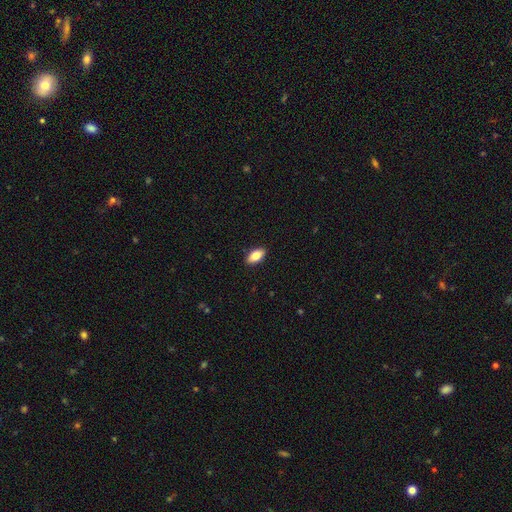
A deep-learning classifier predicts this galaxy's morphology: Q: Smooth or featured?
A: smooth (82%); runner-up: featured or disk (11%)
Q: How rounded?
A: in between (91%); runner-up: cigar-shaped (5%)
Q: Merging?
A: none (90%); runner-up: minor disturbance (7%)